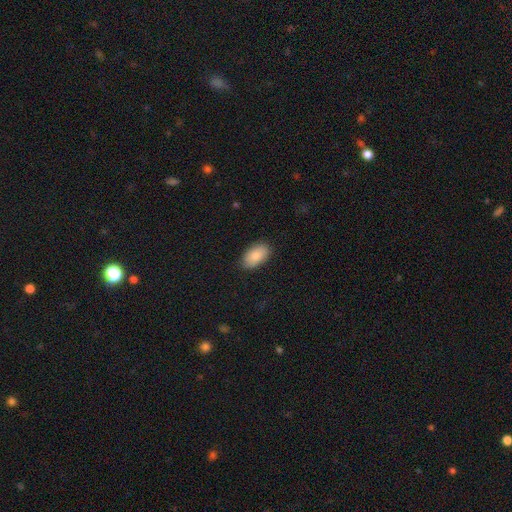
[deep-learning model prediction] Overall: smooth (87%). How rounded: in between (94%). Merging: none (86%).